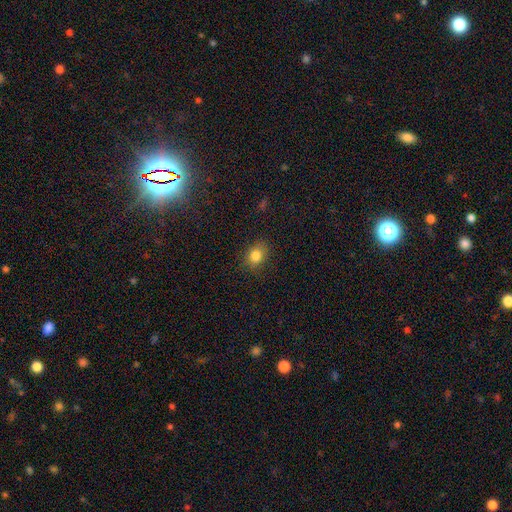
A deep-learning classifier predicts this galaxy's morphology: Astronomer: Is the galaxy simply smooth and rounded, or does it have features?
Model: smooth — 82%.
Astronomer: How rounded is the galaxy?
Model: in between — 51% (runner-up: round, 48%).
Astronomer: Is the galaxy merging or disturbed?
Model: none — 84%.